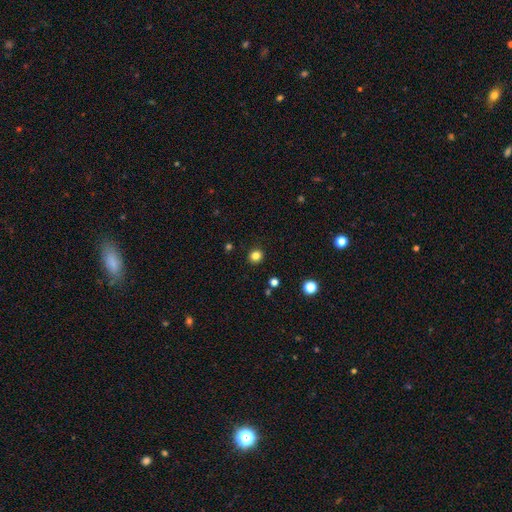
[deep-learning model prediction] The model was most divided on "smooth or featured": smooth: 83%, star or artifact: 13%, featured or disk: 4%. More confident: merging — none (92%); how rounded — round (90%).